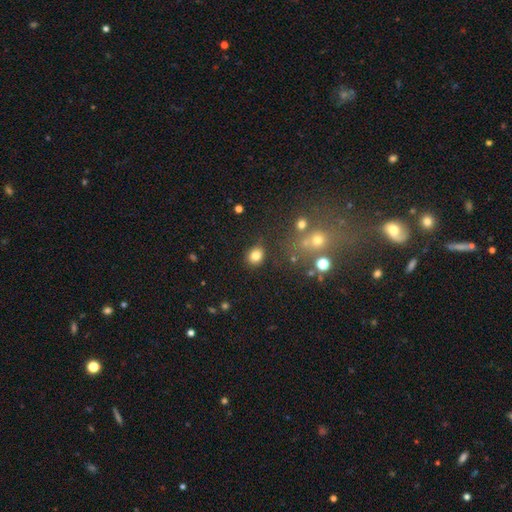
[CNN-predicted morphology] The model was most divided on "how rounded": round: 61%, in between: 38%, cigar-shaped: 1%. More confident: merging — none (83%); smooth or featured — smooth (81%).